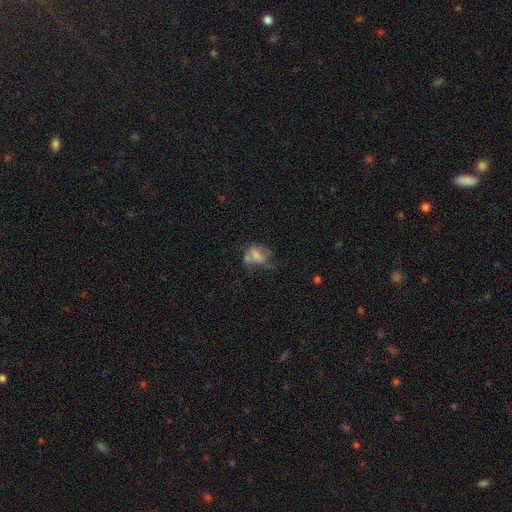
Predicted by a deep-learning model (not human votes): smooth_or_featured: smooth (p=0.47) [alt: featured or disk p=0.41]
merging: major disturbance (p=0.30) [alt: none p=0.26]